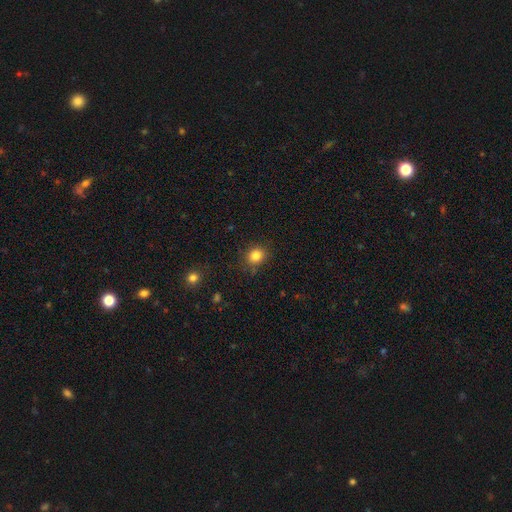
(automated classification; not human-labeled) The model was most divided on "how rounded": round: 74%, in between: 25%, cigar-shaped: 1%. More confident: smooth or featured — smooth (84%); merging — none (82%).